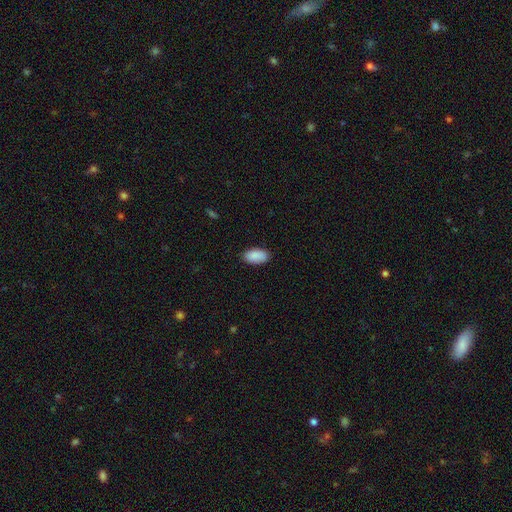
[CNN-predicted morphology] A smooth galaxy with no disk features (90%) that is in between round and cigar-shaped (95%). Merging: none (88%).